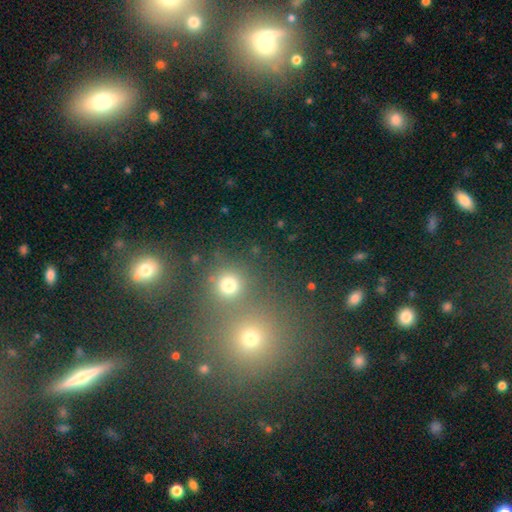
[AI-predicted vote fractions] Overall: smooth (47%; star or artifact 41%). Merging: none (75%).